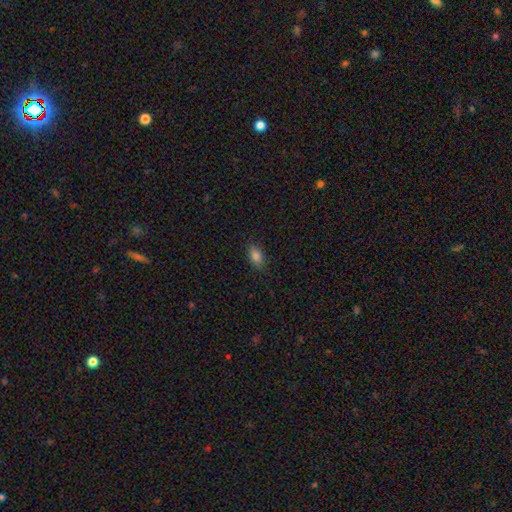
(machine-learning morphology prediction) A smooth galaxy with no disk features (84%) that is in between round and cigar-shaped (87%). Merging: none (81%).